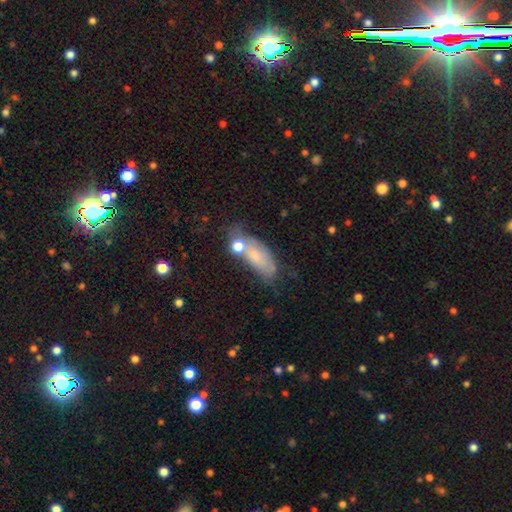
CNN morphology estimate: type=smooth (63%); roundness=in between (78%); merging=none (38%).